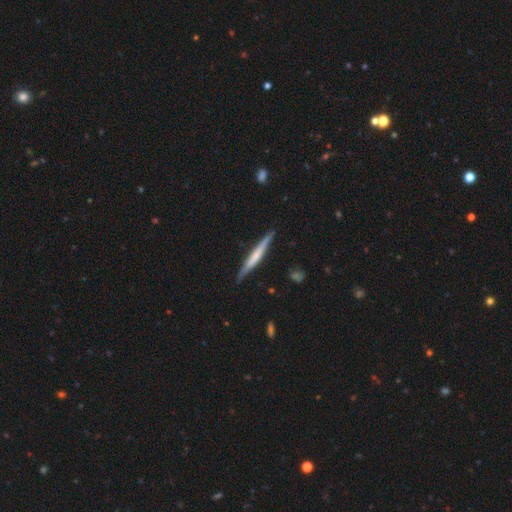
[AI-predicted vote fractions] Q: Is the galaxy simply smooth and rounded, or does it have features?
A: featured or disk — 55%.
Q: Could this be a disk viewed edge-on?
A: yes — 96%.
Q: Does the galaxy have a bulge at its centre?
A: none — 48%.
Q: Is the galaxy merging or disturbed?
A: none — 85%.